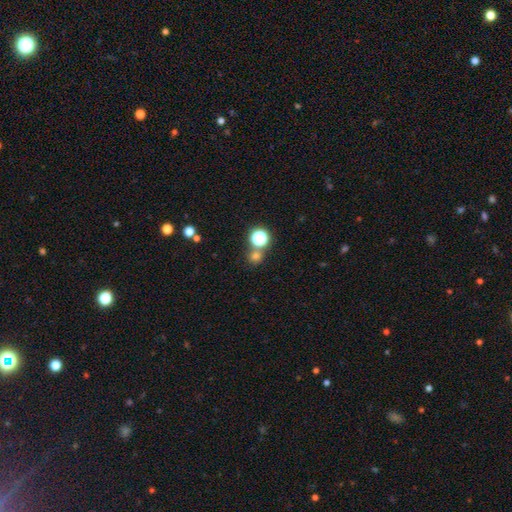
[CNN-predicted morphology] A smooth galaxy with no disk features (67%) that is round (89%). Merging: none (68%).